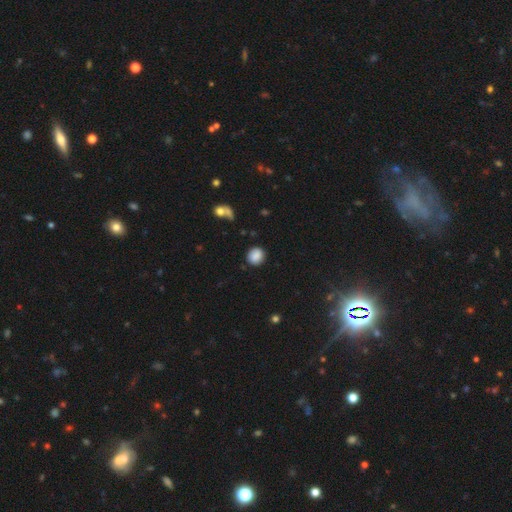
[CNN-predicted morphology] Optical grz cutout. It shows a smooth galaxy with no disk features (87%) that is round (80%). Merging: none (86%).